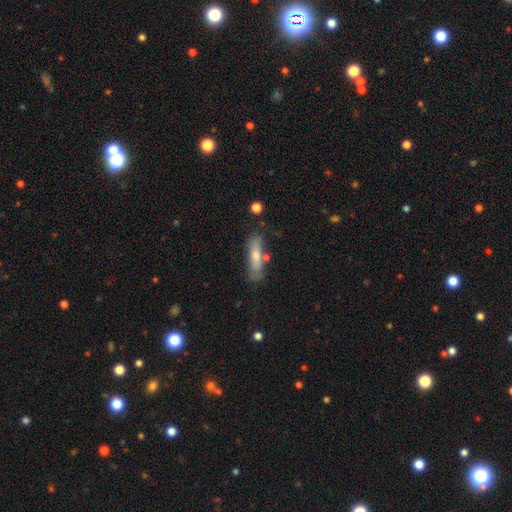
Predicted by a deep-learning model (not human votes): A smooth galaxy with no disk features (56%) that is cigar-shaped (69%). Merging: none (65%).